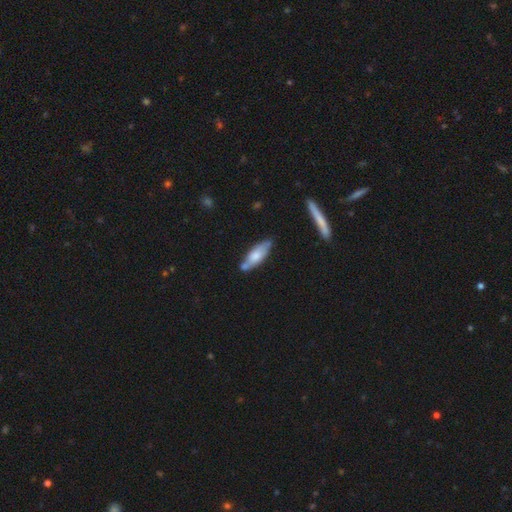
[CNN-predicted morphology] Q: Smooth or featured?
A: smooth (61%); runner-up: featured or disk (34%)
Q: How rounded?
A: in between (54%); runner-up: cigar-shaped (44%)
Q: Merging?
A: none (62%); runner-up: minor disturbance (20%)